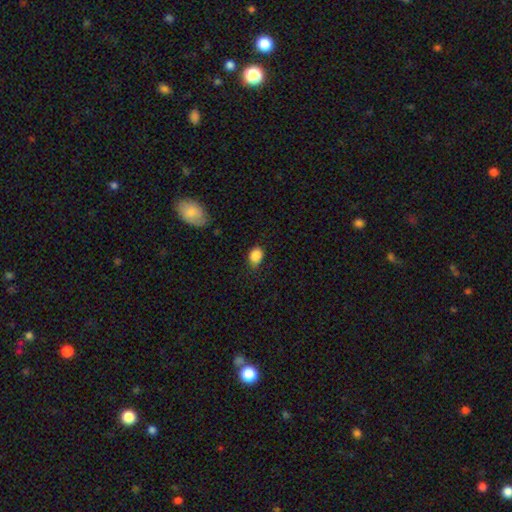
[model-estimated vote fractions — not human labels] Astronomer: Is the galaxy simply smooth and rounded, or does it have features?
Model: smooth — 87%.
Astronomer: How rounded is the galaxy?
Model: in between — 65%.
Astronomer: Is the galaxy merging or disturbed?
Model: none — 70%.